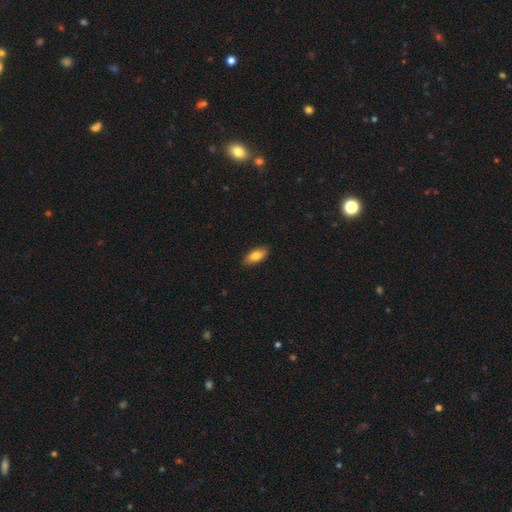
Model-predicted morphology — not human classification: Smooth or featured: smooth — 81% (featured or disk — 13%)
How rounded: in between — 83% (cigar-shaped — 15%)
Merging: none — 88% (minor disturbance — 9%)